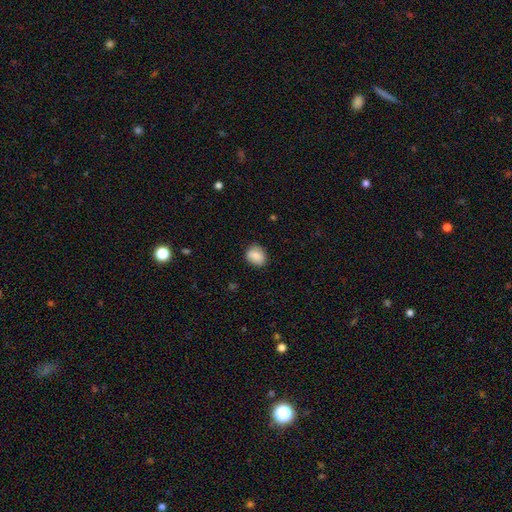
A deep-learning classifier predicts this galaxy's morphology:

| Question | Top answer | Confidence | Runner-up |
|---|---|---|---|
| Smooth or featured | smooth | 82% | featured or disk (10%) |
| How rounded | round | 50% | in between (48%) |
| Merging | none | 81% | minor disturbance (15%) |